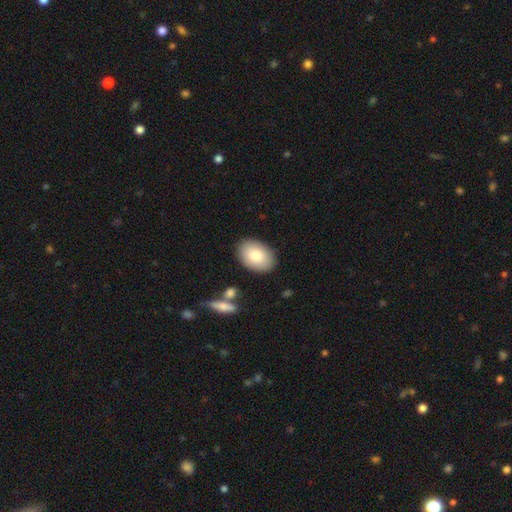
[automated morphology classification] This appears to be a smooth galaxy with no disk features (82%) that is in between round and cigar-shaped (88%). Merging: none (86%).